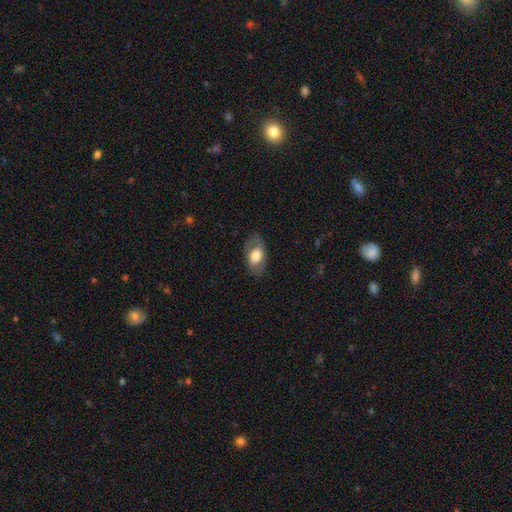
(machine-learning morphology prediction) A smooth galaxy with no disk features (62%) that is in between round and cigar-shaped (90%). Merging: none (77%).